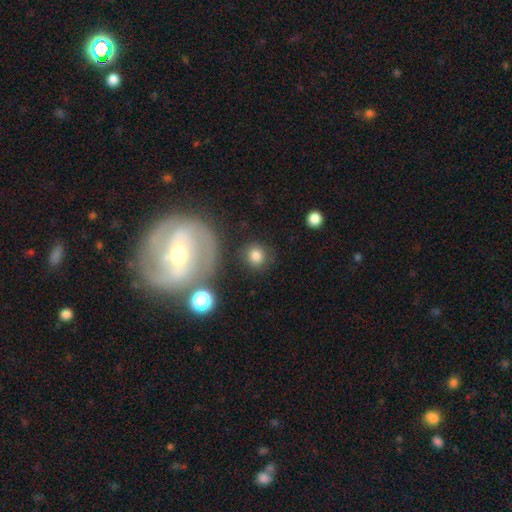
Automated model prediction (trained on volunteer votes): This appears to be a smooth galaxy with no disk features (80%) that is round (87%). Merging: none (82%).